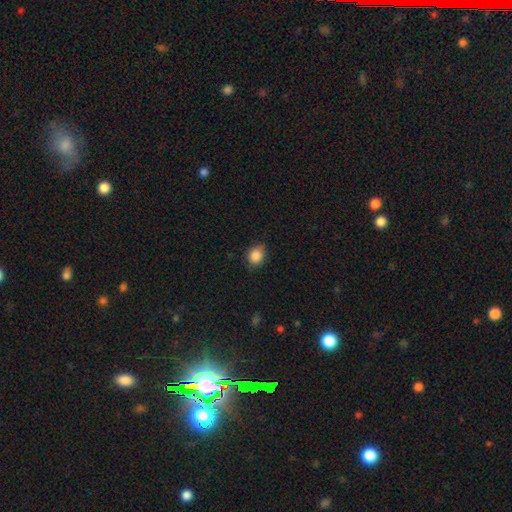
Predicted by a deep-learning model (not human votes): Q: Smooth or featured?
A: smooth (87%); runner-up: star or artifact (9%)
Q: How rounded?
A: round (56%); runner-up: in between (43%)
Q: Merging?
A: none (74%); runner-up: minor disturbance (21%)